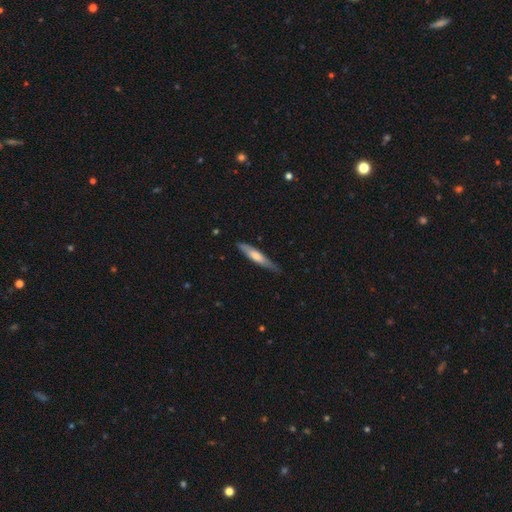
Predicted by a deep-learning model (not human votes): Q: Smooth or featured?
A: smooth (51%); runner-up: featured or disk (44%)
Q: How rounded?
A: cigar-shaped (88%); runner-up: in between (11%)
Q: Merging?
A: none (79%); runner-up: minor disturbance (17%)